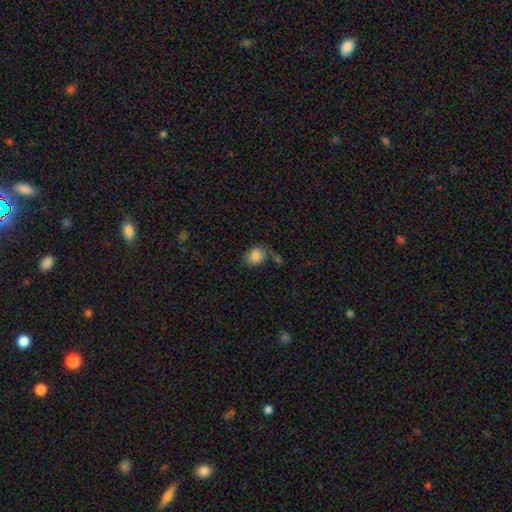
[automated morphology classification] This appears to be a smooth galaxy with no disk features (83%) that is round (50%). Merging: none (55%).